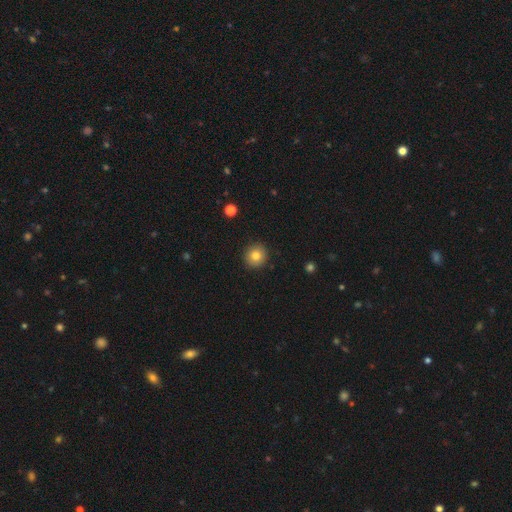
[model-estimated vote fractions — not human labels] Smooth or featured: smooth — 82% (star or artifact — 10%)
How rounded: round — 91% (in between — 8%)
Merging: none — 90% (minor disturbance — 7%)